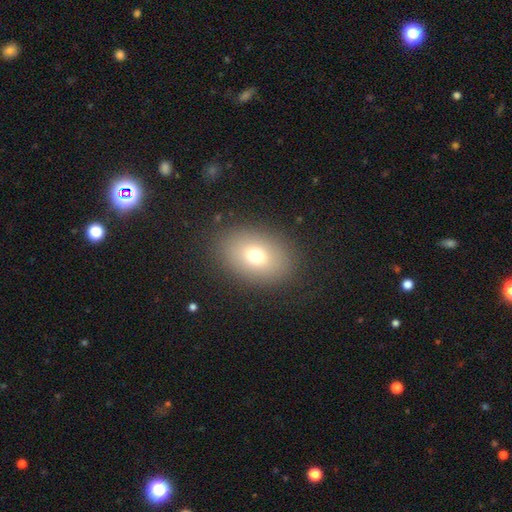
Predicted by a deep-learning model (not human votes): A smooth galaxy with no disk features (73%) that is in between round and cigar-shaped (75%).

Vote fractions:
- Smooth or featured? smooth: 73% / featured or disk: 14% / star or artifact: 13%
- How rounded? in between: 75% / round: 24% / cigar-shaped: 1%
- Merging? none: 86% / minor disturbance: 9% / major disturbance: 4% / merger: 1%